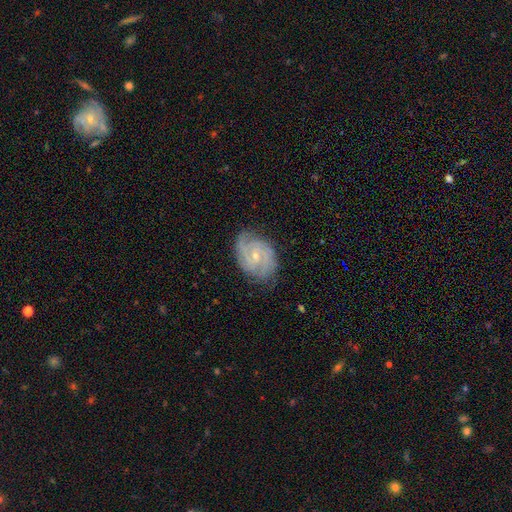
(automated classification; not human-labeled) Smooth or featured? featured or disk (86%)
Edge-on disk? no (97%)
Bar? no (54%)
Spiral arms? yes (97%)
Spiral winding? tight (54%)
Spiral arm count? 2 (41%)
Bulge size? small (71%)
Merging? none (76%)